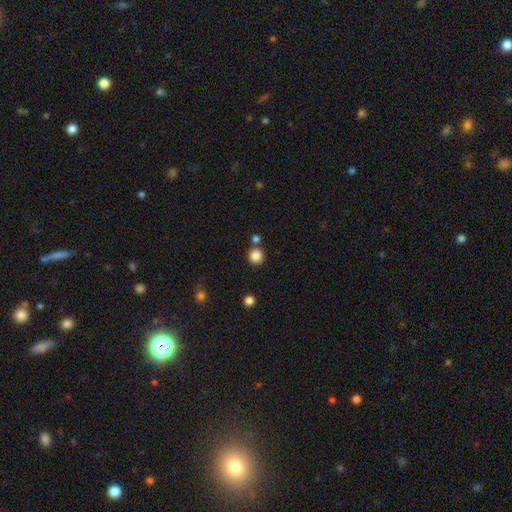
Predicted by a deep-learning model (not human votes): This is clearly a smooth galaxy (85%). How rounded: clearly round (93%). Merging: clearly none (82%).